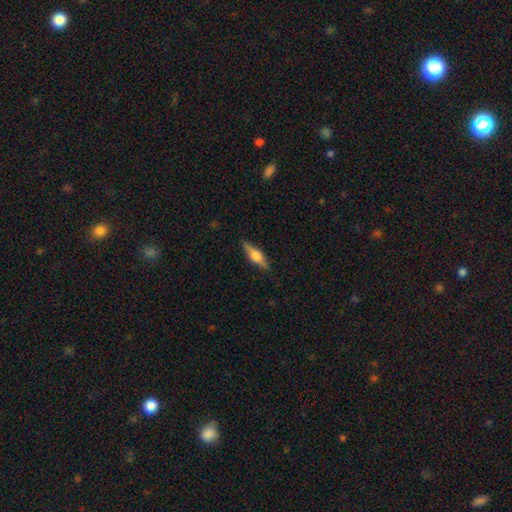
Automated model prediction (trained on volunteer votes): smooth-or-featured: featured or disk: 54% | smooth: 40% | star or artifact: 6%
  disk-edge-on: yes: 95% | no: 5%
    edge-on-bulge: rounded: 89% | boxy: 9% | none: 2%
  merging: none: 86% | minor disturbance: 11% | major disturbance: 2% | merger: 1%